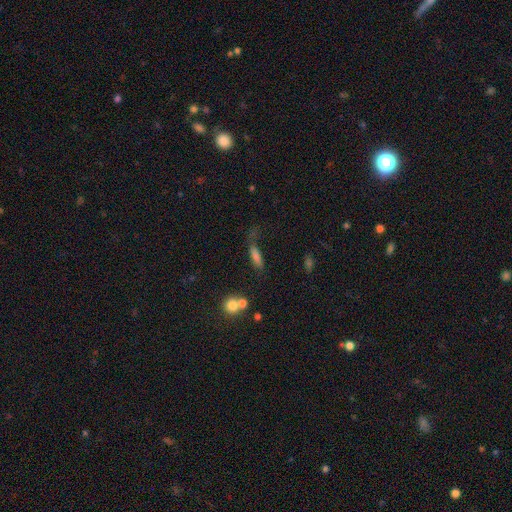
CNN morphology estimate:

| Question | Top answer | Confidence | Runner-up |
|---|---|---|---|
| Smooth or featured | smooth | 68% | featured or disk (18%) |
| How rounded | cigar-shaped | 55% | in between (40%) |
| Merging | none | 40% | major disturbance (25%) |